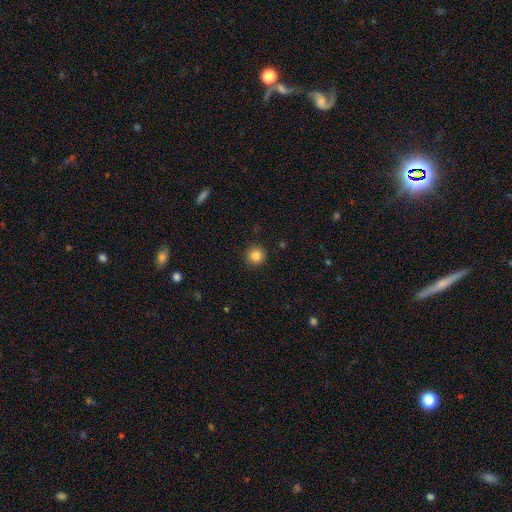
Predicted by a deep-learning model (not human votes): A smooth galaxy with no disk features (85%) that is round (94%).

Vote fractions:
- Smooth or featured? smooth: 85% / star or artifact: 11% / featured or disk: 5%
- How rounded? round: 94% / in between: 6% / cigar-shaped: 1%
- Merging? none: 90% / minor disturbance: 7% / major disturbance: 2% / merger: 1%